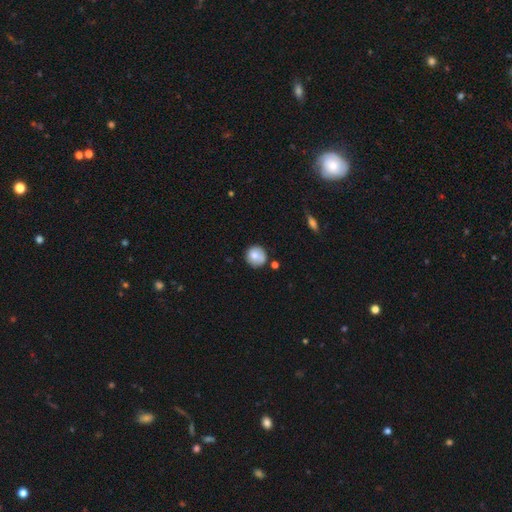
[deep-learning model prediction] A smooth galaxy with no disk features (79%) that is round (91%).

Vote fractions:
- Smooth or featured? smooth: 79% / featured or disk: 13% / star or artifact: 8%
- How rounded? round: 91% / in between: 8% / cigar-shaped: 1%
- Merging? none: 73% / minor disturbance: 17% / merger: 7% / major disturbance: 4%